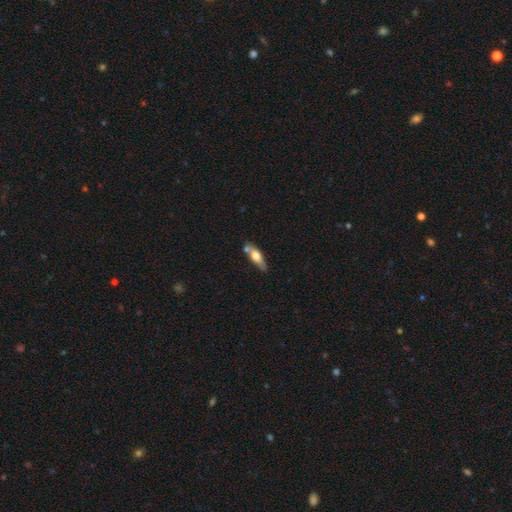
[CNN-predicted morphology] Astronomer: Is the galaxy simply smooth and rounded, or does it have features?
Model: smooth — 54% (runner-up: featured or disk, 40%).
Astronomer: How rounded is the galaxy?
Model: in between — 50% (runner-up: cigar-shaped, 47%).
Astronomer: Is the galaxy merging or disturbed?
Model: none — 61%.